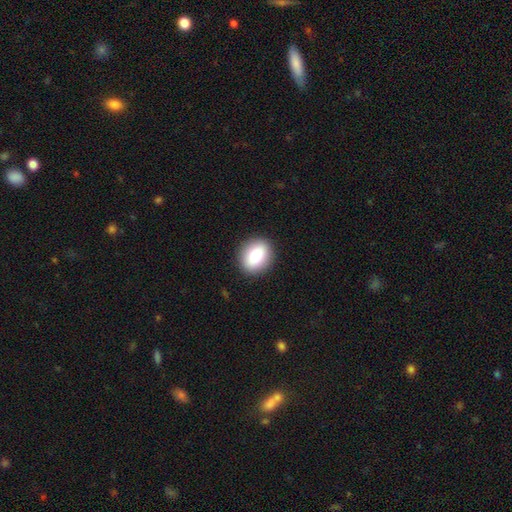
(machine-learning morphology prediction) type=smooth (82%); roundness=in between (58%); merging=none (90%).